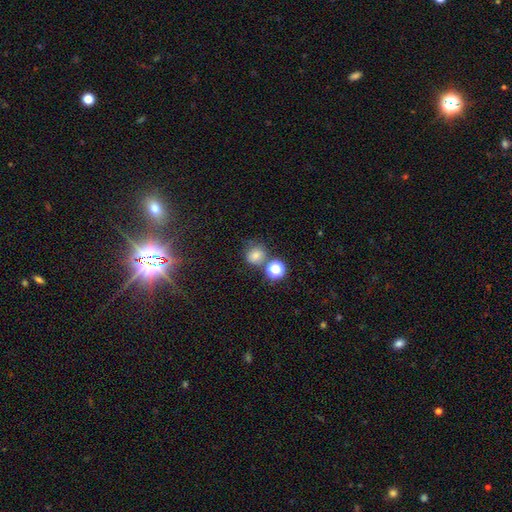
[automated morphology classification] Smooth or featured? Predicted: smooth (p=0.74). How rounded? Predicted: round (p=0.81). Merging? Predicted: none (p=0.62).